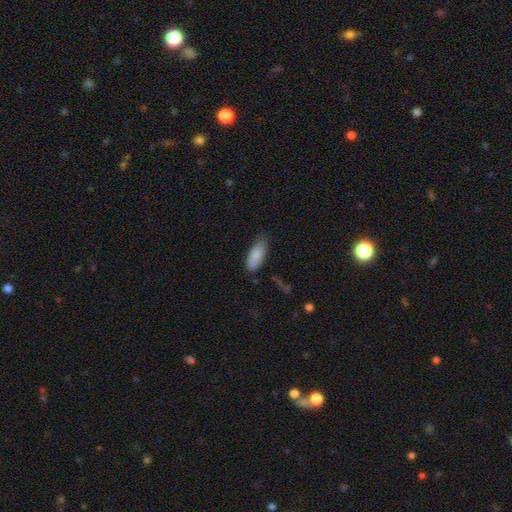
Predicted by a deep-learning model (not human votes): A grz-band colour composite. It shows a smooth galaxy with no disk features (86%) that is in between round and cigar-shaped (83%). Merging: none (62%).